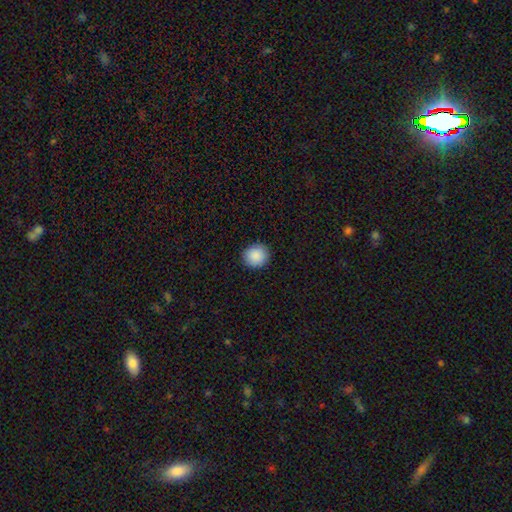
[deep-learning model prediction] Q: Smooth or featured?
A: smooth (89%); runner-up: star or artifact (8%)
Q: How rounded?
A: round (90%); runner-up: in between (9%)
Q: Merging?
A: none (91%); runner-up: minor disturbance (6%)